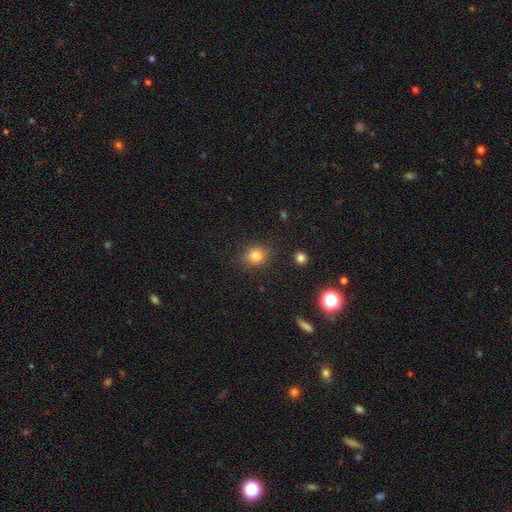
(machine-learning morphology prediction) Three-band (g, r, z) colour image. It shows a smooth galaxy with no disk features (82%) that is round (69%). Merging: none (83%).